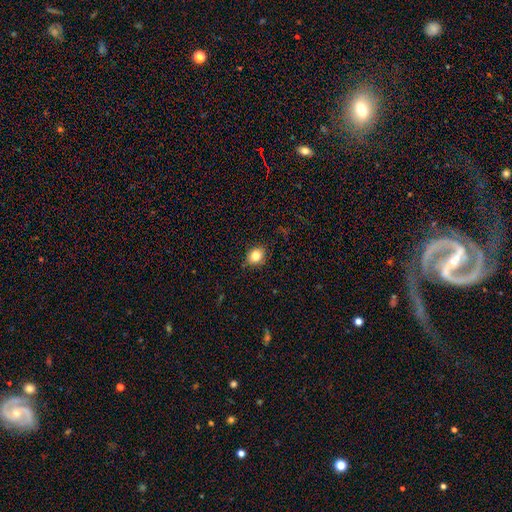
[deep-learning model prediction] Overall: smooth (81%). How rounded: round (66%; in between 33%). Merging: none (84%).